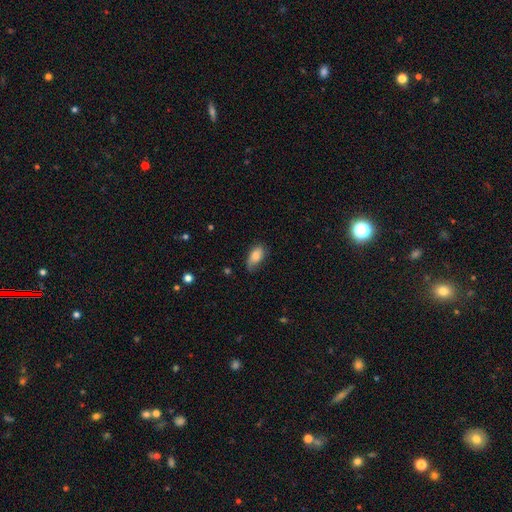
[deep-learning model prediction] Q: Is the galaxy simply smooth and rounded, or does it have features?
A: smooth — 80%.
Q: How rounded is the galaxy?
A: in between — 90%.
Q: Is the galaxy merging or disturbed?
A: none — 60%.